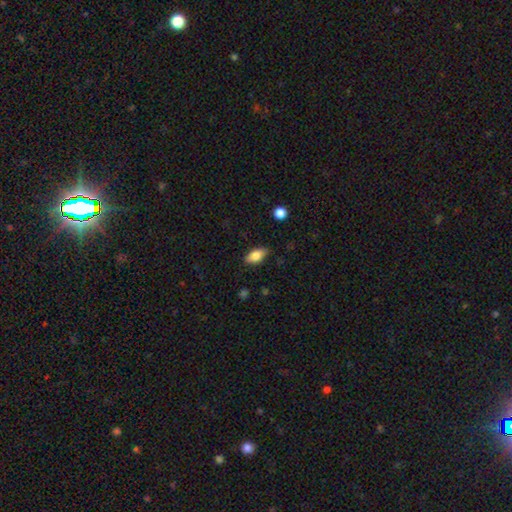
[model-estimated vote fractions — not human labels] Q: Smooth or featured?
A: smooth (81%); runner-up: featured or disk (12%)
Q: How rounded?
A: in between (89%); runner-up: cigar-shaped (7%)
Q: Merging?
A: none (83%); runner-up: minor disturbance (13%)